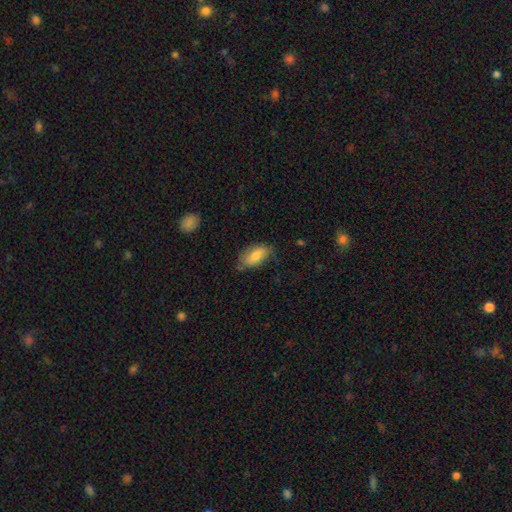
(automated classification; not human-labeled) A smooth galaxy with no disk features (75%) that is in between round and cigar-shaped (90%). Merging: none (65%).